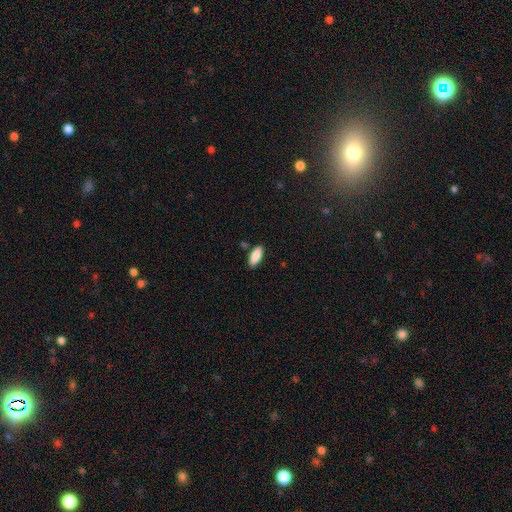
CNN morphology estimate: This appears to be a smooth galaxy with no disk features (89%) that is in between round and cigar-shaped (80%). Merging: none (86%).